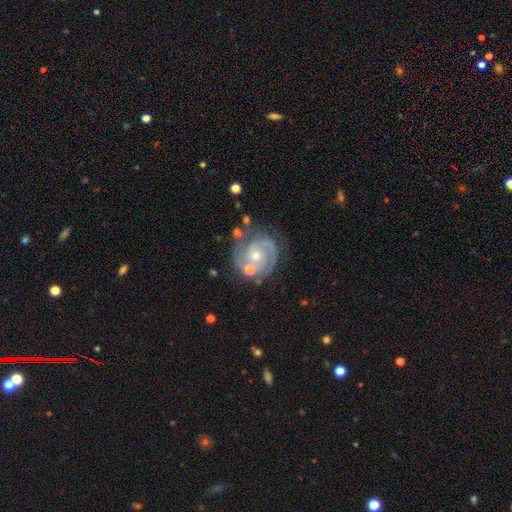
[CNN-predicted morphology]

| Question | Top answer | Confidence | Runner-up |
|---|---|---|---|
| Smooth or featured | featured or disk | 86% | smooth (8%) |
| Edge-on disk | no | 98% | yes (2%) |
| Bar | no | 71% | weak (24%) |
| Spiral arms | yes | 95% | no (5%) |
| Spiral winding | tight | 60% | medium (33%) |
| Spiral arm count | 2 | 58% | 3 (16%) |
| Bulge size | small | 54% | moderate (42%) |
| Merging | none | 66% | minor disturbance (18%) |